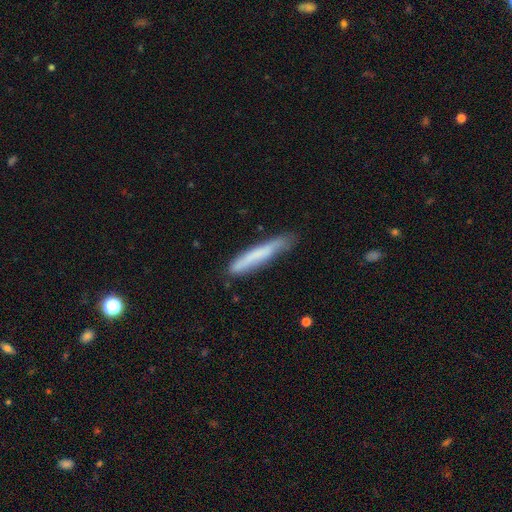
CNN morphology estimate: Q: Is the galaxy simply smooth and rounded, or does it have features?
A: smooth — 66%.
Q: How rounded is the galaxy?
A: cigar-shaped — 94%.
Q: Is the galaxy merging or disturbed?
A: none — 71%.